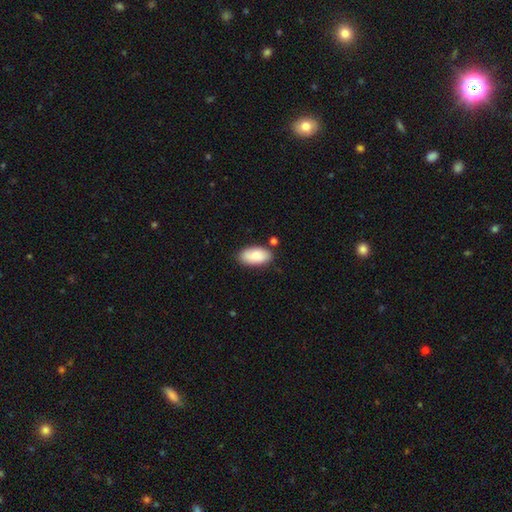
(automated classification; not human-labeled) Smooth or featured? smooth (83%)
How rounded? in between (94%)
Merging? none (80%)